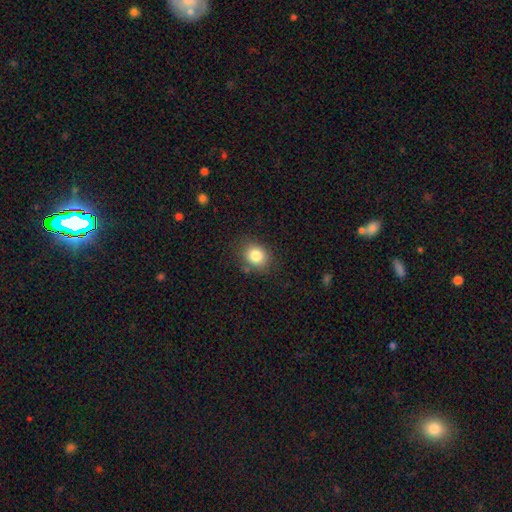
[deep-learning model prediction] Morphology: type=smooth (82%); roundness=round (63%); merging=none (80%).